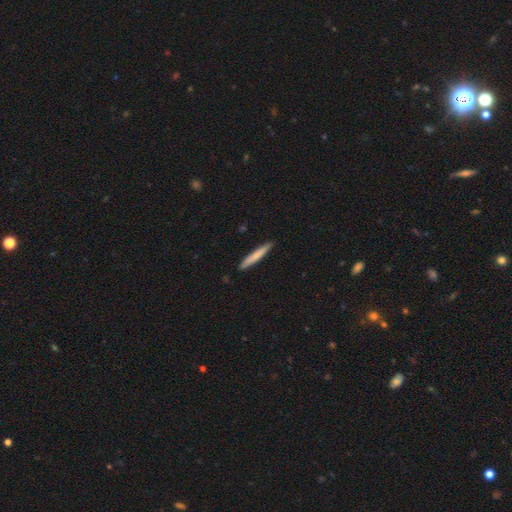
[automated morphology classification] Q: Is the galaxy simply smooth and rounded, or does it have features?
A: smooth — 73%.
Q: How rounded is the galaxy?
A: cigar-shaped — 96%.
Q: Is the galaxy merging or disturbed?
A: none — 89%.